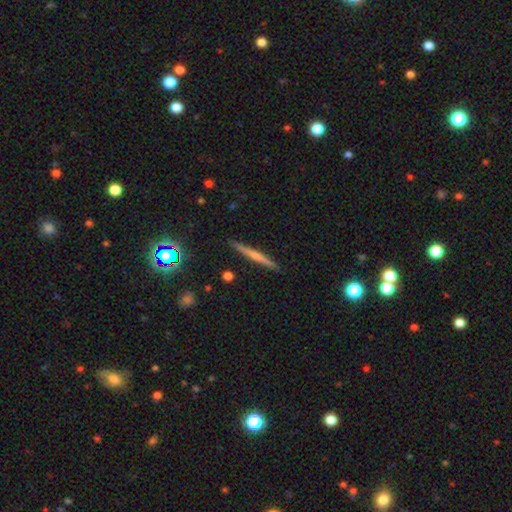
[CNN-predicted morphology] The model was most divided on "smooth or featured": featured or disk: 50%, smooth: 42%, star or artifact: 8%. More confident: edge-on disk — yes (97%); merging — none (90%).